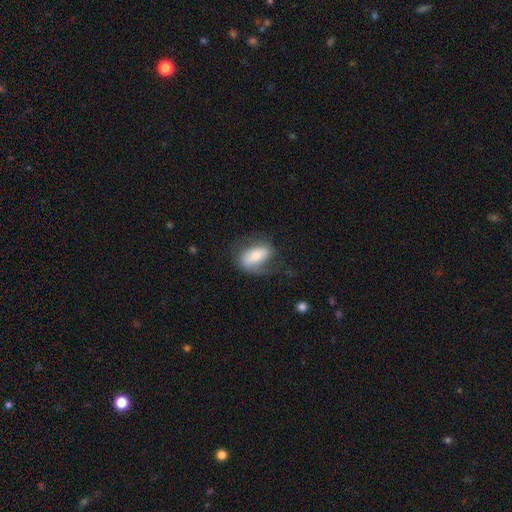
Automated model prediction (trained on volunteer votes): Overall: smooth (53%; featured or disk 40%). How rounded: in between (88%). Merging: none (53%; minor disturbance 25%).